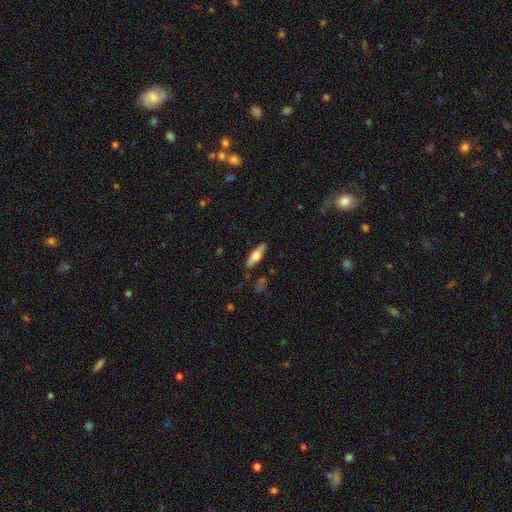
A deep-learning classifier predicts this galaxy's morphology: This is possibly a smooth galaxy (54%). How rounded: possibly cigar-shaped (51%). Merging: clearly none (84%).